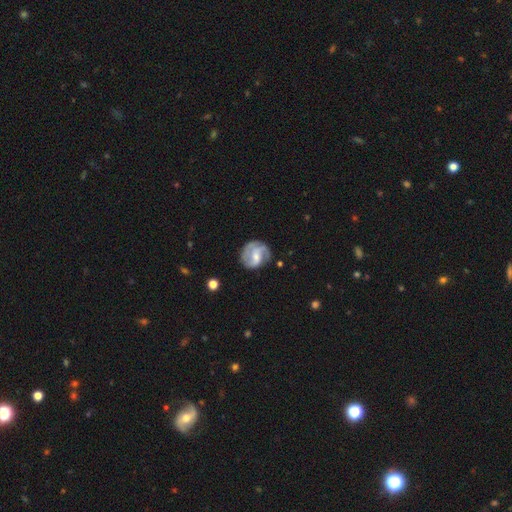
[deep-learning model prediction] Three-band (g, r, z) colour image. It shows a featured or disk galaxy (71%) with a weak bar (48%), 2 (54%) medium (44%) spiral arms (89%) and a moderate central bulge (48%). Merging: none (65%).